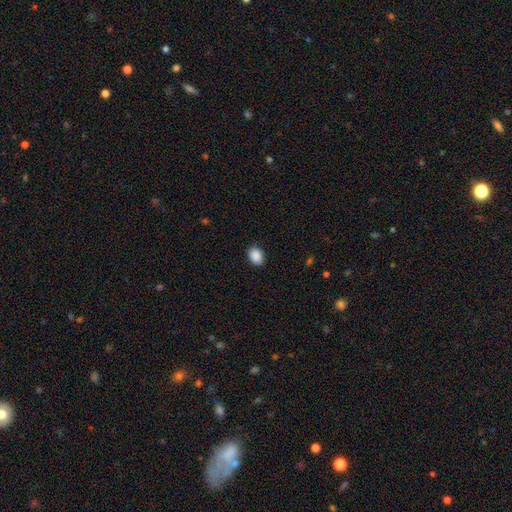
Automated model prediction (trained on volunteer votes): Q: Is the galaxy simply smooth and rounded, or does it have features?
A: smooth — 90%.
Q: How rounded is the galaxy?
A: in between — 77%.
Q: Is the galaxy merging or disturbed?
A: none — 88%.